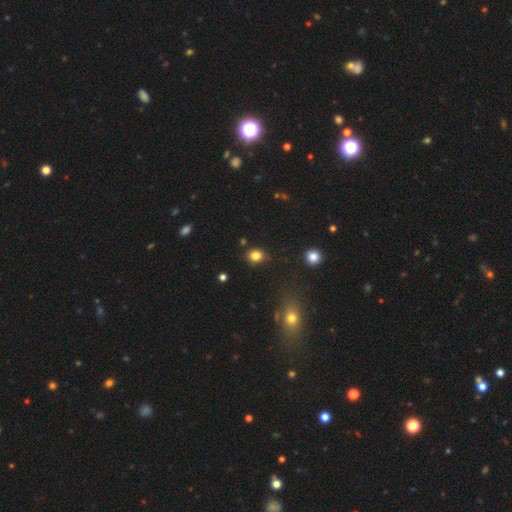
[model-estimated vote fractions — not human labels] A smooth galaxy with no disk features (83%) that is round (68%).

Vote fractions:
- Smooth or featured? smooth: 83% / star or artifact: 12% / featured or disk: 5%
- How rounded? round: 68% / in between: 31% / cigar-shaped: 1%
- Merging? none: 86% / minor disturbance: 10% / major disturbance: 2% / merger: 2%